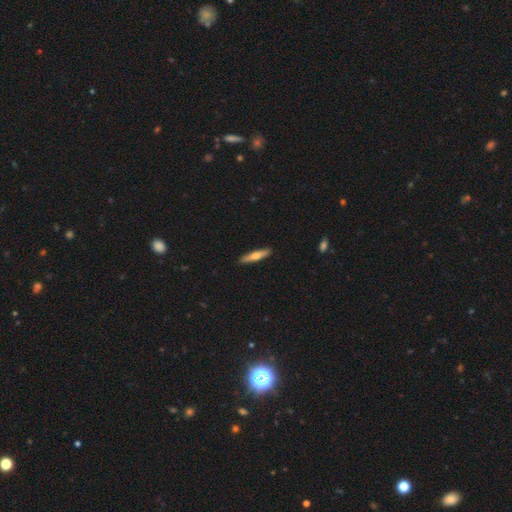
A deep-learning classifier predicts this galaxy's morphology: smooth 60%, featured or disk 35%, star or artifact 6%. Down the decision tree: how rounded — cigar-shaped (86%); merging — none (91%).